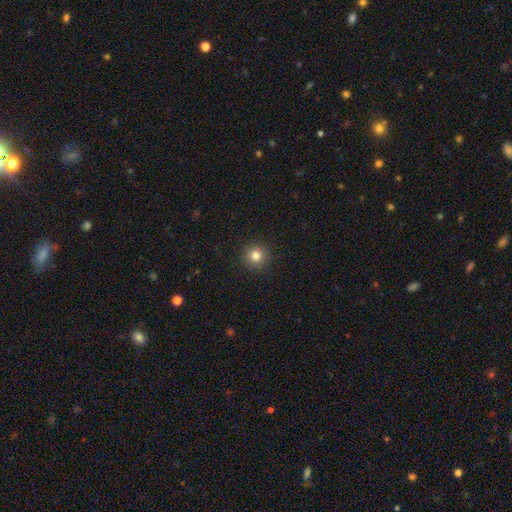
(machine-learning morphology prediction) smooth 80%, star or artifact 13%, featured or disk 7%. Down the decision tree: how rounded — round (95%); merging — none (92%).